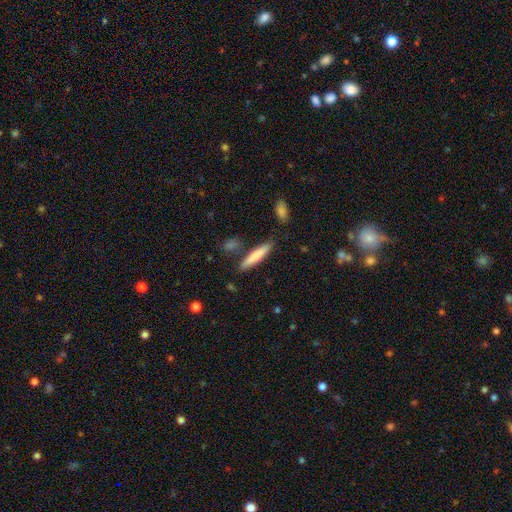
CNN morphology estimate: Smooth or featured?
  - smooth: 77% *
  - featured or disk: 17%
  - star or artifact: 6%
How rounded?
  - cigar-shaped: 89% *
  - in between: 10%
  - round: 1%
Merging?
  - none: 83% *
  - minor disturbance: 10%
  - merger: 4%
  - major disturbance: 2%